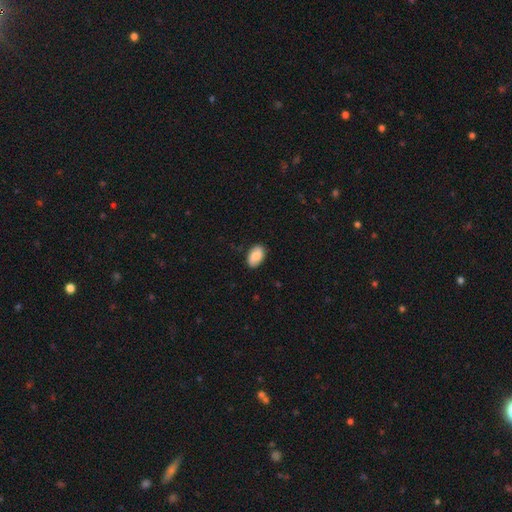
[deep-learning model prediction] The model was most divided on "smooth or featured": smooth: 78%, featured or disk: 15%, star or artifact: 7%. More confident: how rounded — in between (90%); merging — none (85%).